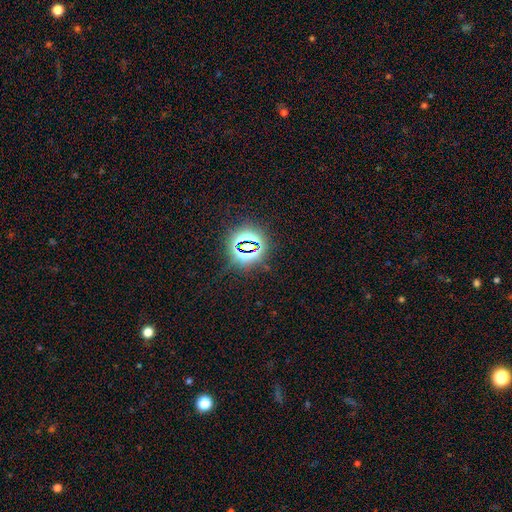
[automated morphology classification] star or artifact 79%, smooth 13%, featured or disk 7%.